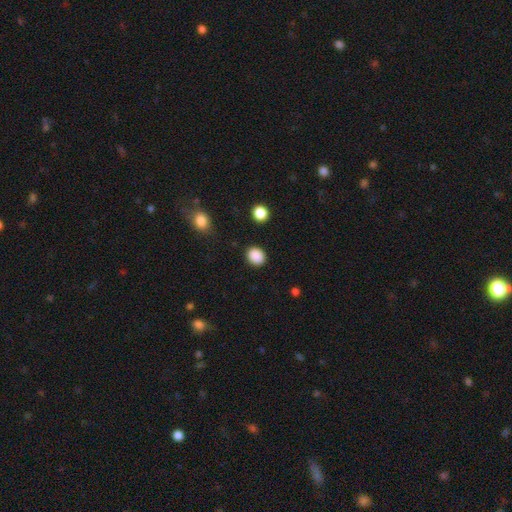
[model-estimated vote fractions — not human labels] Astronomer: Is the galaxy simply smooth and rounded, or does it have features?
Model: smooth — 88%.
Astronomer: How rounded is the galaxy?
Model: round — 66%.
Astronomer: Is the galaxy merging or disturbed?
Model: none — 89%.